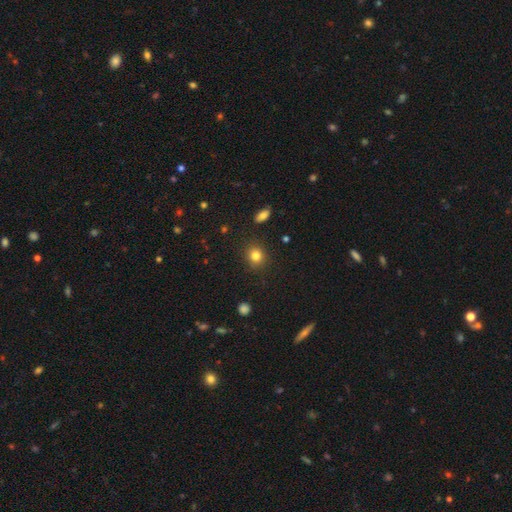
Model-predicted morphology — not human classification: smooth_or_featured: smooth (p=0.82) [alt: star or artifact p=0.12]
how_rounded: round (p=0.83) [alt: in between p=0.16]
merging: none (p=0.88) [alt: minor disturbance p=0.08]